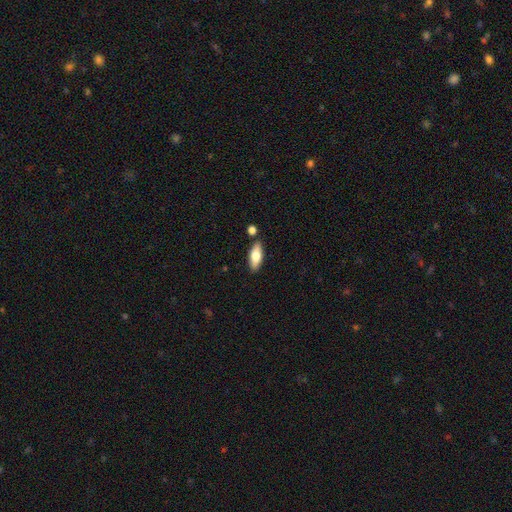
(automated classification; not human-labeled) Smooth or featured: smooth — 72% (featured or disk — 22%)
How rounded: in between — 74% (cigar-shaped — 23%)
Merging: none — 82% (minor disturbance — 11%)